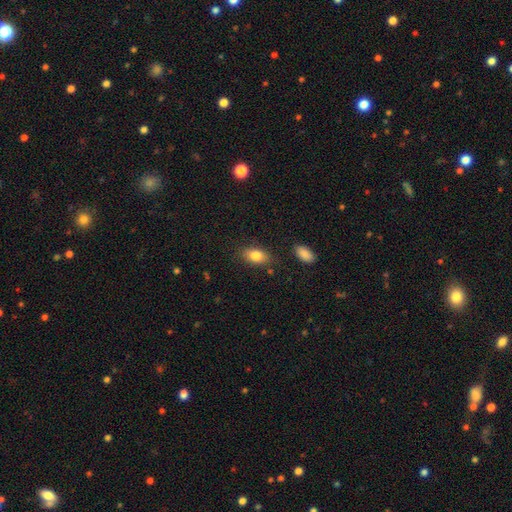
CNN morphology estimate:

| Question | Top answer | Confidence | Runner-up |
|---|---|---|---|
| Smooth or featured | smooth | 82% | featured or disk (10%) |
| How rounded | in between | 88% | round (9%) |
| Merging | none | 81% | minor disturbance (13%) |